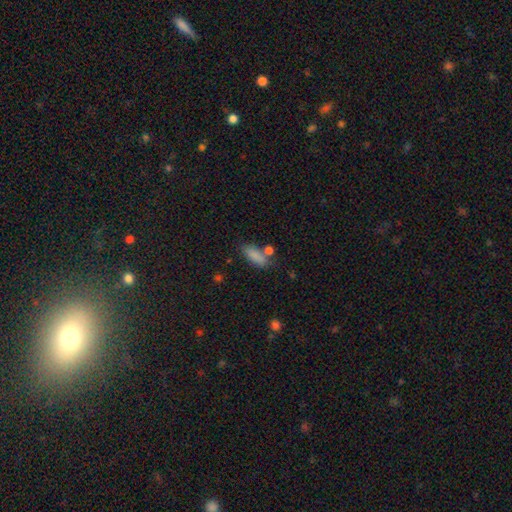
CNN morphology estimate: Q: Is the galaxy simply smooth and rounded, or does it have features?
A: smooth — 84%.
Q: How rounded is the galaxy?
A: in between — 74%.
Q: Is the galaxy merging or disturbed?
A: none — 63%.